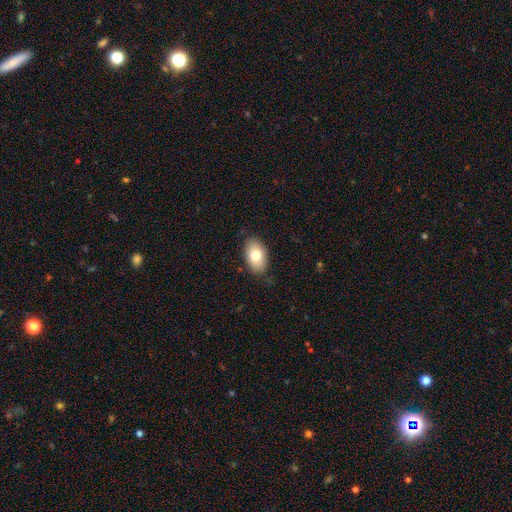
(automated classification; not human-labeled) A smooth galaxy with no disk features (77%) that is in between round and cigar-shaped (92%).

Vote fractions:
- Smooth or featured? smooth: 77% / featured or disk: 15% / star or artifact: 7%
- How rounded? in between: 92% / round: 6% / cigar-shaped: 1%
- Merging? none: 85% / minor disturbance: 11% / major disturbance: 2% / merger: 1%